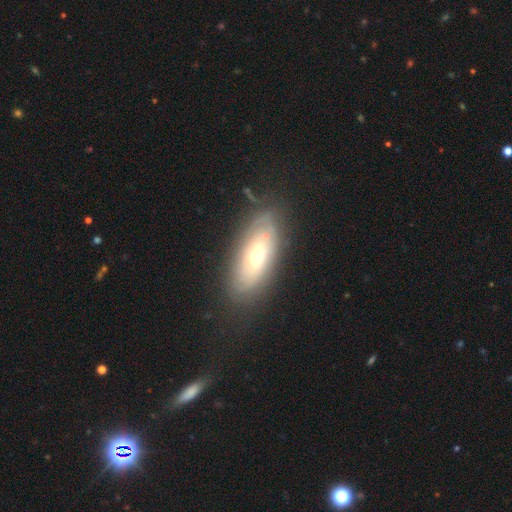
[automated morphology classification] type=featured or disk (59%); edge-on=no (82%); merging=none (75%).